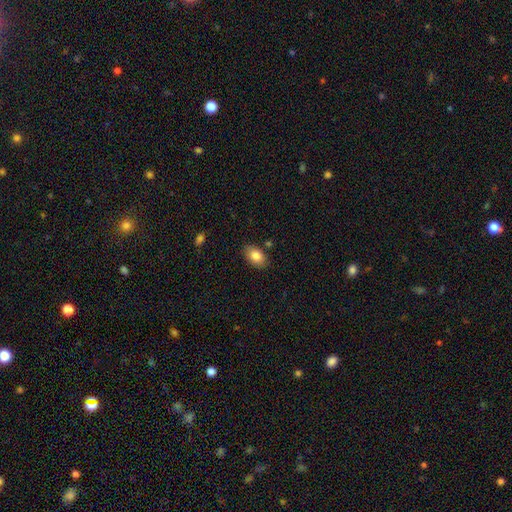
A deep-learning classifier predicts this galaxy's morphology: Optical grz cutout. It shows a smooth galaxy with no disk features (84%) that is in between round and cigar-shaped (88%). Merging: none (84%).